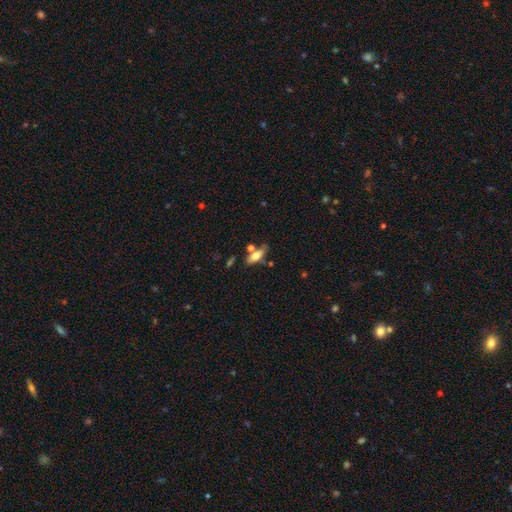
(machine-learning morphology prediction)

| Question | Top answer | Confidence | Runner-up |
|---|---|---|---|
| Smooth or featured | smooth | 53% | featured or disk (40%) |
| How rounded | in between | 59% | cigar-shaped (37%) |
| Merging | none | 62% | merger (18%) |